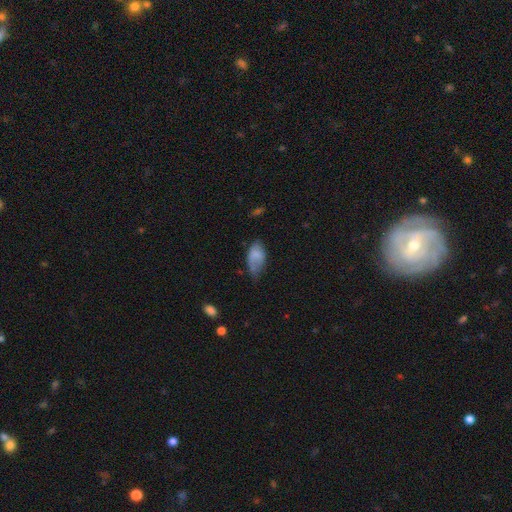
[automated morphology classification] Overall: smooth (77%). How rounded: in between (93%). Merging: minor disturbance (44%; none 33%).